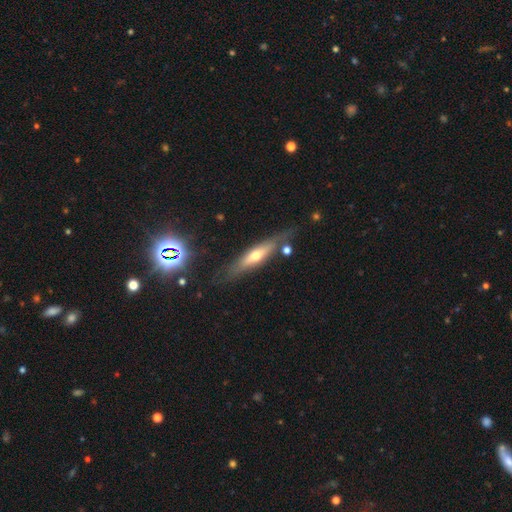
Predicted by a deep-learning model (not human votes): Overall: featured or disk (56%; smooth 37%). Edge-on disk: yes (83%). Merging: none (73%).